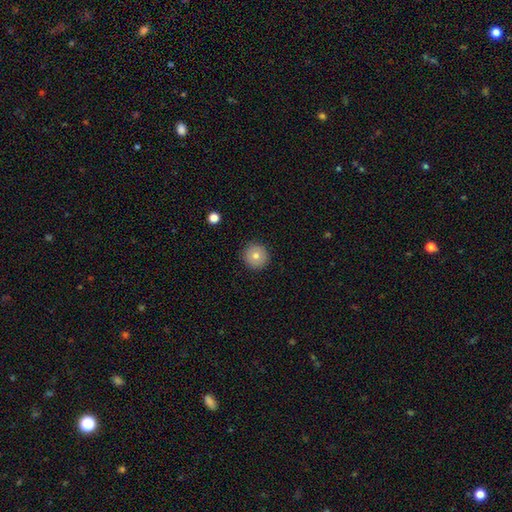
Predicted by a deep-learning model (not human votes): Smooth or featured: smooth — 78% (featured or disk — 13%)
How rounded: round — 96% (in between — 3%)
Merging: none — 92% (minor disturbance — 5%)